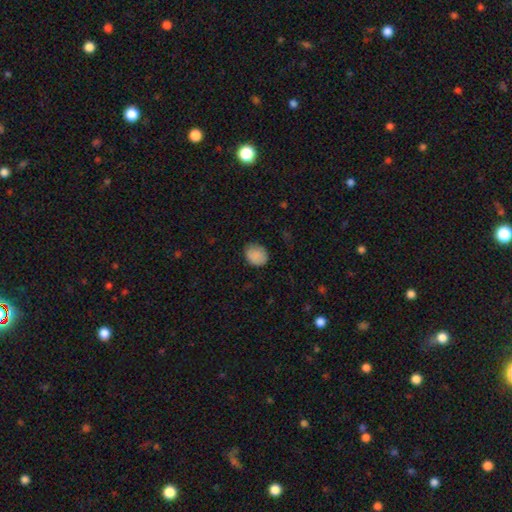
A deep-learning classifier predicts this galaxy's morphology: type=smooth (87%); roundness=round (57%); merging=none (77%).